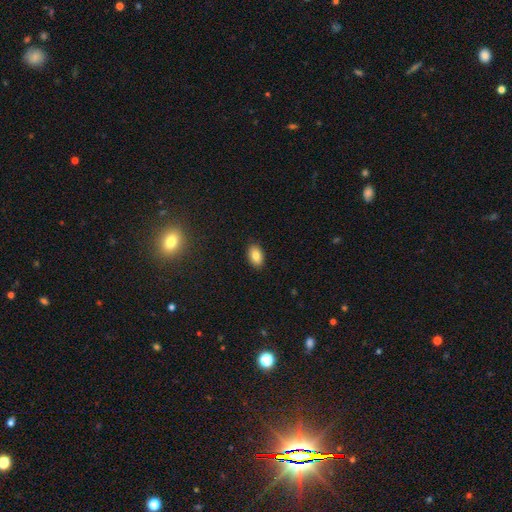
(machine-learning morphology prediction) smooth-or-featured: smooth: 83% | star or artifact: 9% | featured or disk: 8%
  how-rounded: in between: 90% | round: 9% | cigar-shaped: 1%
  merging: none: 89% | minor disturbance: 8% | major disturbance: 2% | merger: 1%